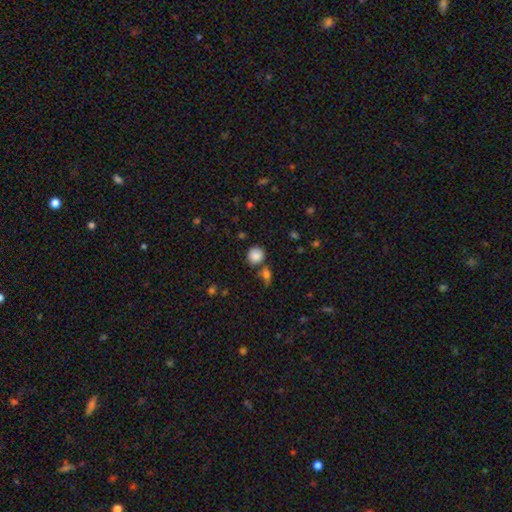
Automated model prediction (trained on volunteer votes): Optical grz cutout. It shows a smooth galaxy with no disk features (85%) that is round (86%). Merging: none (73%).